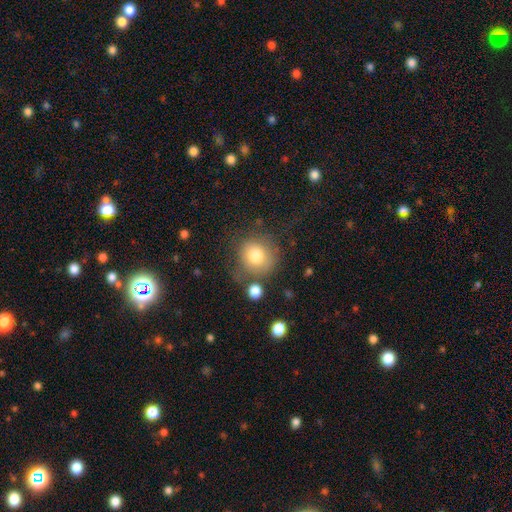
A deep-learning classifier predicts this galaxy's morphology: Smooth or featured? Predicted: smooth (p=0.78). How rounded? Predicted: round (p=0.88). Merging? Predicted: none (p=0.62).